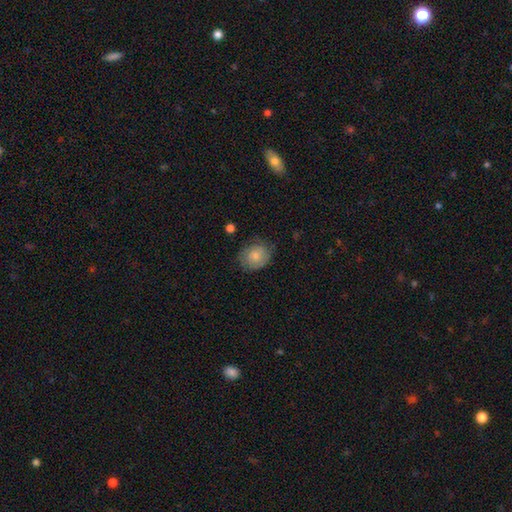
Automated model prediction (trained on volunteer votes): Smooth or featured: smooth — 72% (featured or disk — 21%)
How rounded: round — 62% (in between — 37%)
Merging: none — 69% (minor disturbance — 23%)